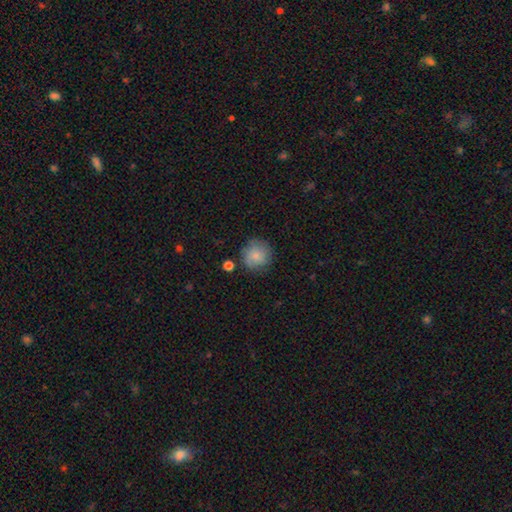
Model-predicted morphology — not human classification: smooth 82%, featured or disk 10%, star or artifact 8%. Down the decision tree: how rounded — round (93%); merging — none (78%).